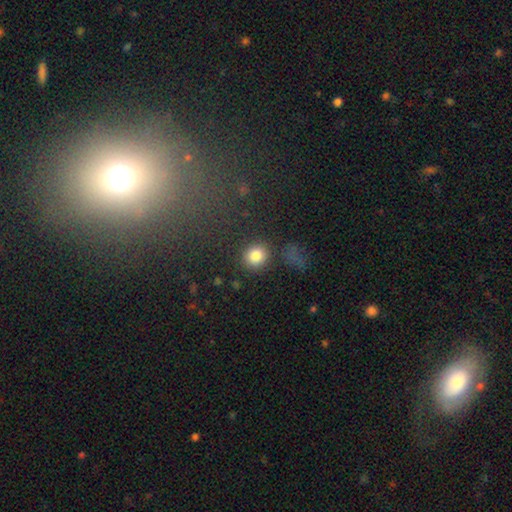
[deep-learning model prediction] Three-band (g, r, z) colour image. It shows a smooth galaxy with no disk features (84%) that is round (84%). Merging: none (83%).